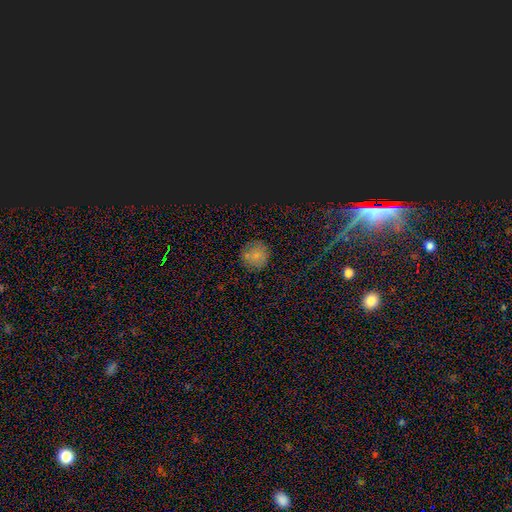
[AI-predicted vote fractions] Q: Smooth or featured?
A: smooth (71%); runner-up: star or artifact (18%)
Q: How rounded?
A: round (93%); runner-up: in between (6%)
Q: Merging?
A: none (82%); runner-up: minor disturbance (11%)